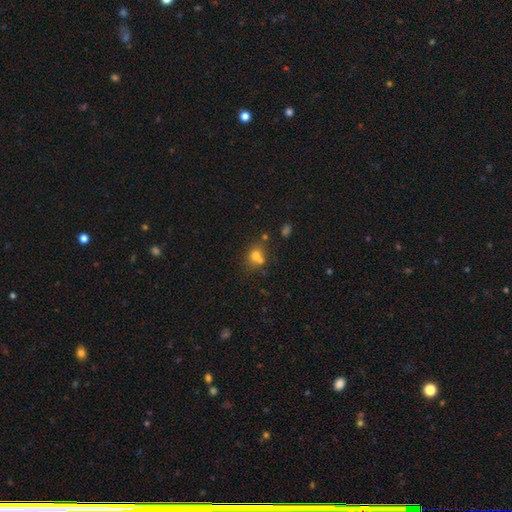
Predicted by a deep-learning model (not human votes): A smooth galaxy with no disk features (70%) that is round (71%). Merging: none (45%).